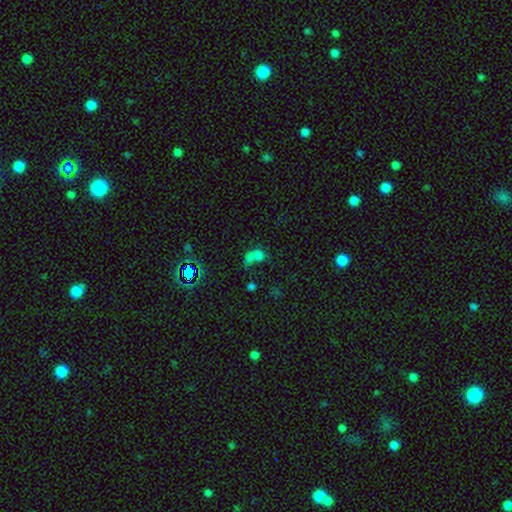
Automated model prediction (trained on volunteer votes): This is possibly a smooth galaxy (59%). How rounded: possibly in between (55%). Merging: likely merger (61%).